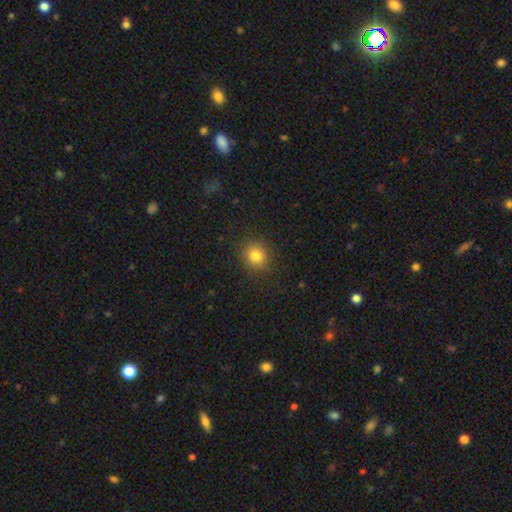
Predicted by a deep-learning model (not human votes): The model was most divided on "smooth or featured": smooth: 82%, star or artifact: 12%, featured or disk: 6%. More confident: merging — none (88%); how rounded — round (86%).